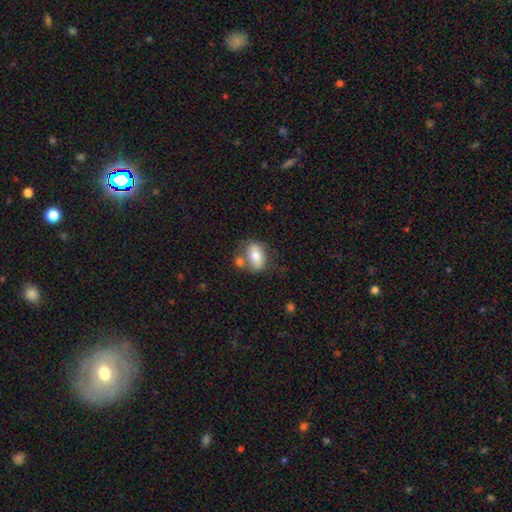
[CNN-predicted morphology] smooth_or_featured: smooth (p=0.64) [alt: featured or disk p=0.29]
how_rounded: in between (p=0.82) [alt: round p=0.16]
merging: none (p=0.50) [alt: merger p=0.25]